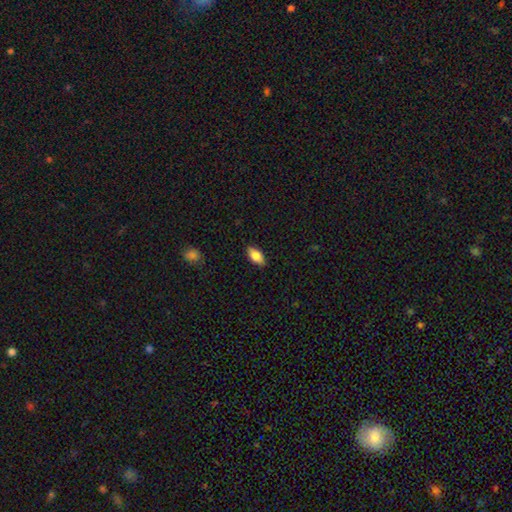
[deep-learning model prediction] smooth-or-featured: smooth: 82% | featured or disk: 11% | star or artifact: 7%
  how-rounded: in between: 89% | cigar-shaped: 8% | round: 3%
  merging: none: 87% | minor disturbance: 10% | major disturbance: 2% | merger: 1%